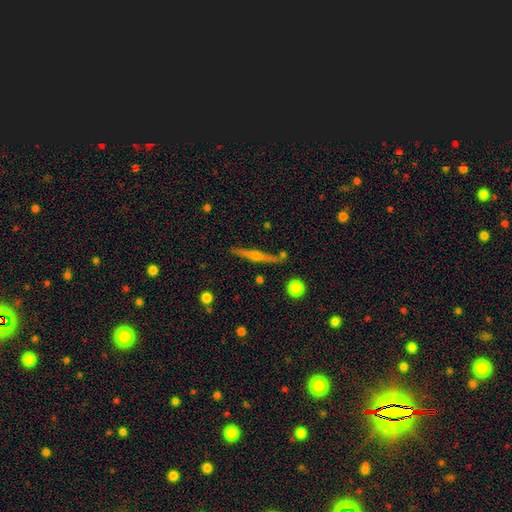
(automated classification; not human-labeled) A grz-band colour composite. It shows a featured or disk galaxy (75%) viewed edge-on (97%) with a rounded central bulge (89%). Merging: none (84%).